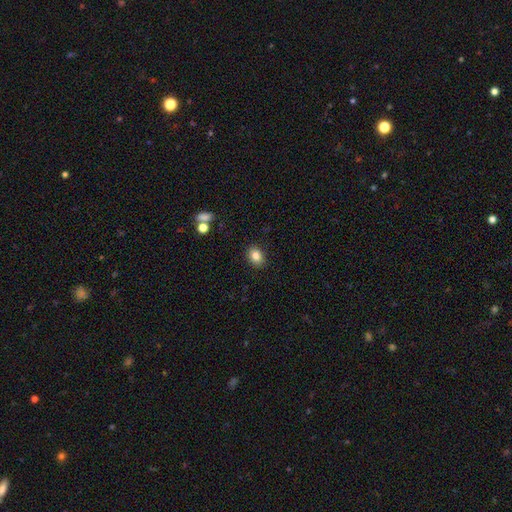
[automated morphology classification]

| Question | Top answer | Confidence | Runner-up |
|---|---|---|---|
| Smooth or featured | smooth | 83% | star or artifact (10%) |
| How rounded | in between | 66% | round (33%) |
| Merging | none | 89% | minor disturbance (8%) |